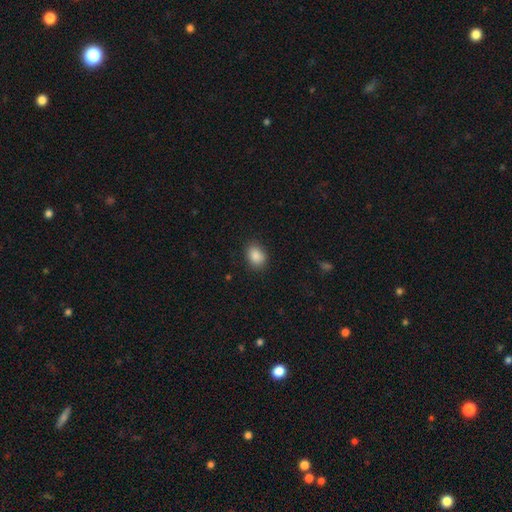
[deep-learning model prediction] Morphology: type=smooth (87%); roundness=in between (67%); merging=none (85%).